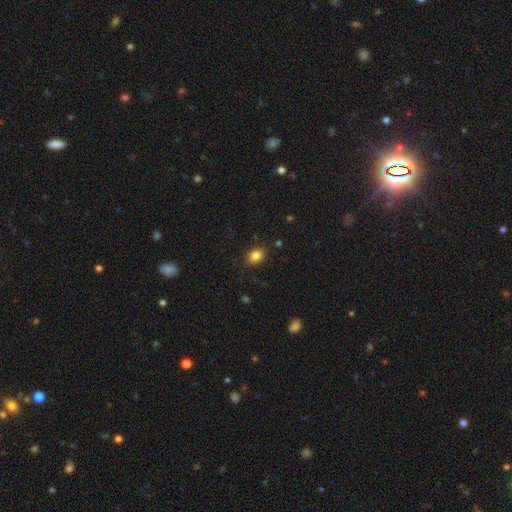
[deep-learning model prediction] Overall: smooth (84%). How rounded: in between (72%). Merging: none (87%).